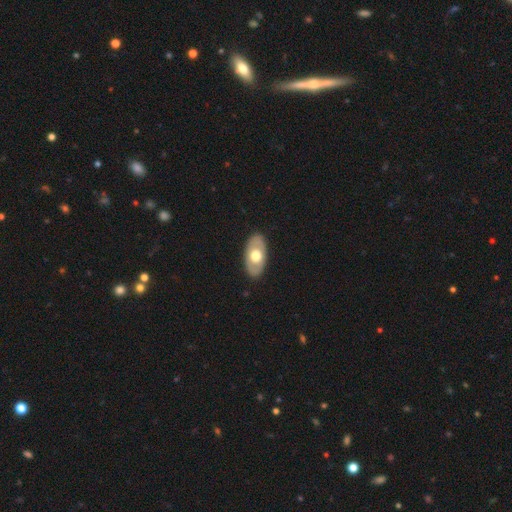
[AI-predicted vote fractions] Q: Smooth or featured?
A: smooth (50%); runner-up: featured or disk (46%)
Q: Merging?
A: none (87%); runner-up: minor disturbance (10%)